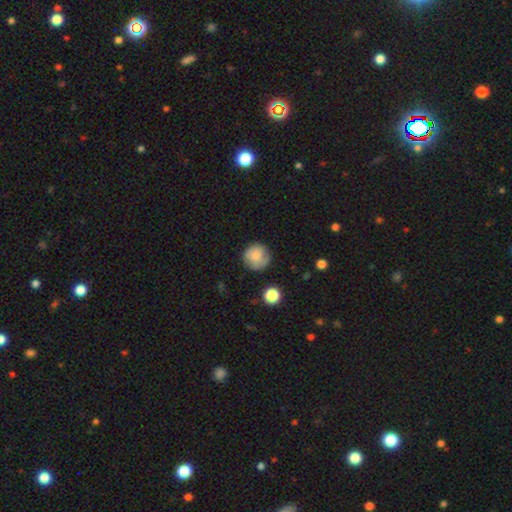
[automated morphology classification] type=smooth (71%); roundness=round (92%); merging=none (76%).